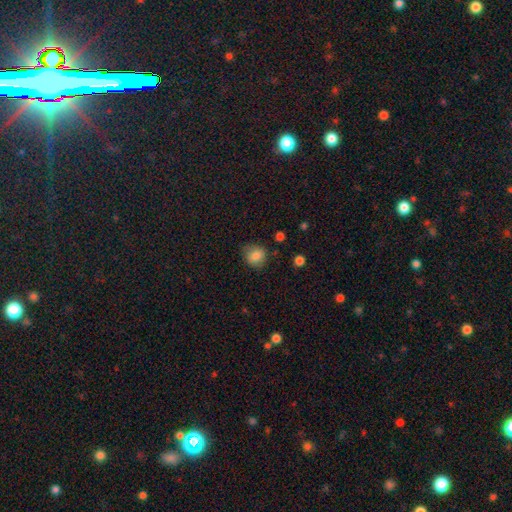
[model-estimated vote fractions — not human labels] Smooth or featured? smooth (83%)
How rounded? round (81%)
Merging? none (77%)